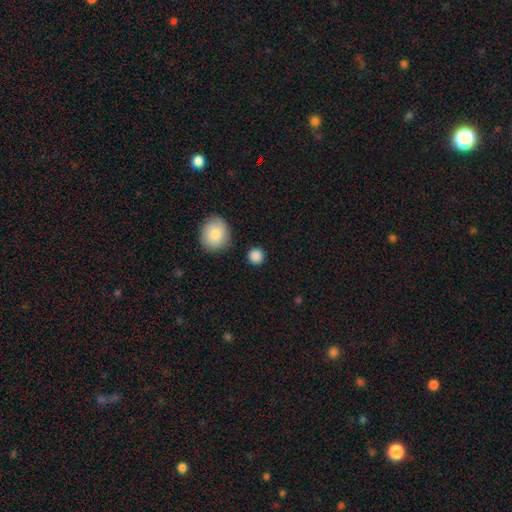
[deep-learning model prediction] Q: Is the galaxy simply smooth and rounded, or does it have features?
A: smooth — 87%.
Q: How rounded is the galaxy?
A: round — 93%.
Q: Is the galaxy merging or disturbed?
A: none — 88%.